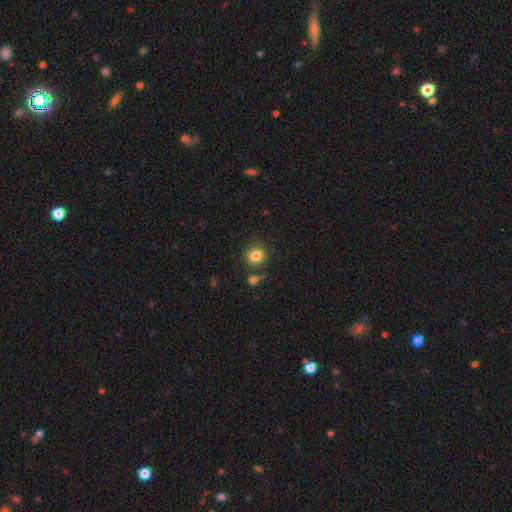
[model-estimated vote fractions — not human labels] Smooth or featured? smooth (84%)
How rounded? round (86%)
Merging? none (76%)